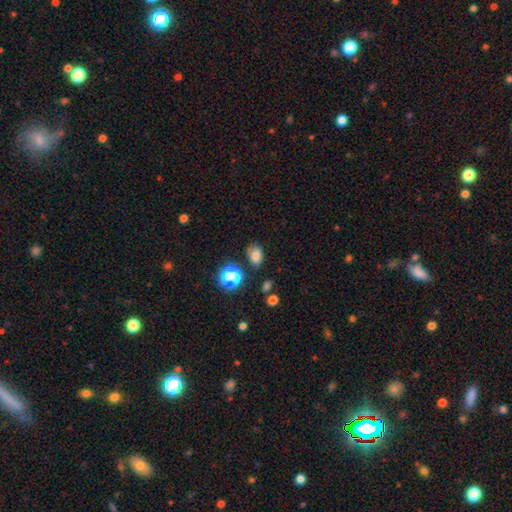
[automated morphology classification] Smooth or featured: smooth — 76% (star or artifact — 16%)
How rounded: in between — 77% (round — 22%)
Merging: none — 71% (minor disturbance — 19%)